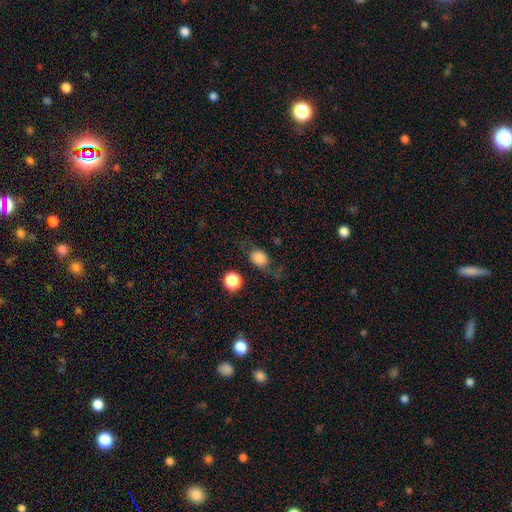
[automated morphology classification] smooth 68%, featured or disk 18%, star or artifact 14%. Down the decision tree: how rounded — round (56%); merging — none (65%).